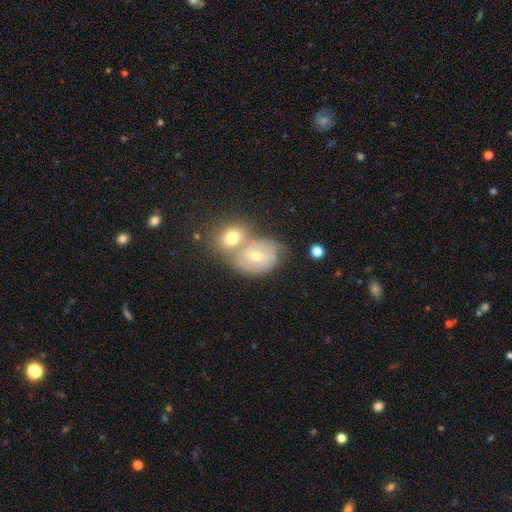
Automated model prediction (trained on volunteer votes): Q: Smooth or featured?
A: featured or disk (46%); runner-up: smooth (43%)
Q: Merging?
A: merger (52%); runner-up: none (33%)